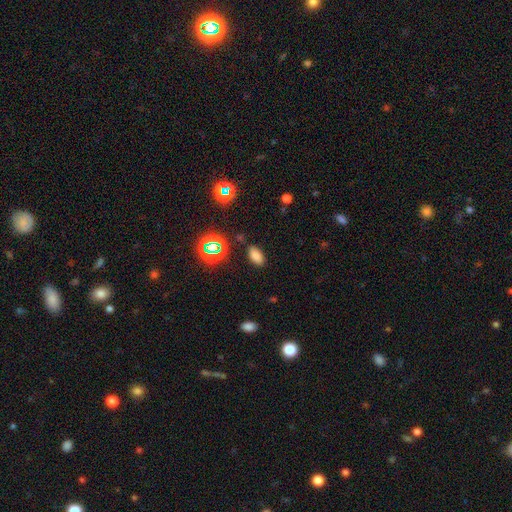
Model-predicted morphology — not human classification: Smooth or featured? smooth (74%)
How rounded? in between (91%)
Merging? none (84%)